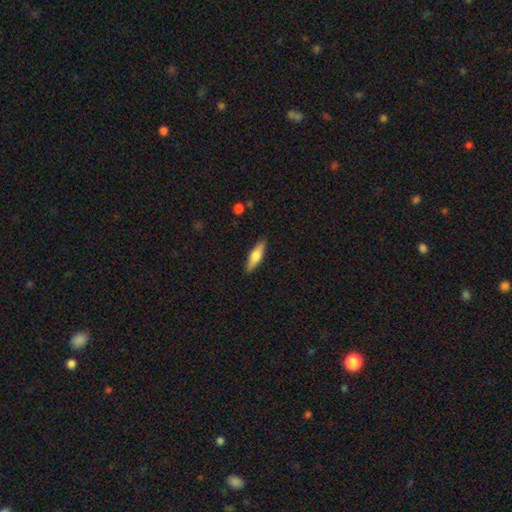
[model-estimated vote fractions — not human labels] A smooth galaxy with no disk features (63%) that is cigar-shaped (58%). Merging: none (88%).